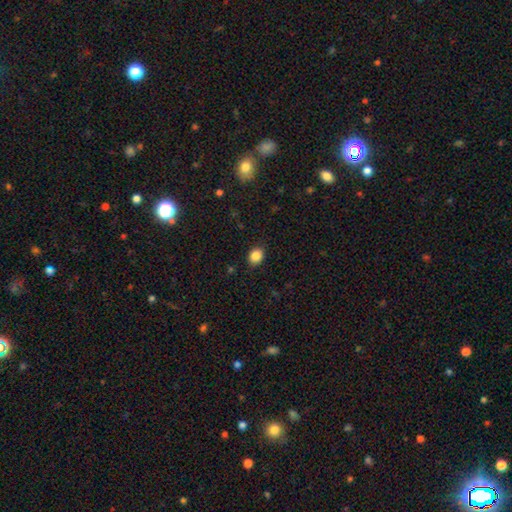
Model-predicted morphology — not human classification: Smooth or featured? Predicted: smooth (p=0.86). How rounded? Predicted: in between (p=0.50). Merging? Predicted: none (p=0.88).